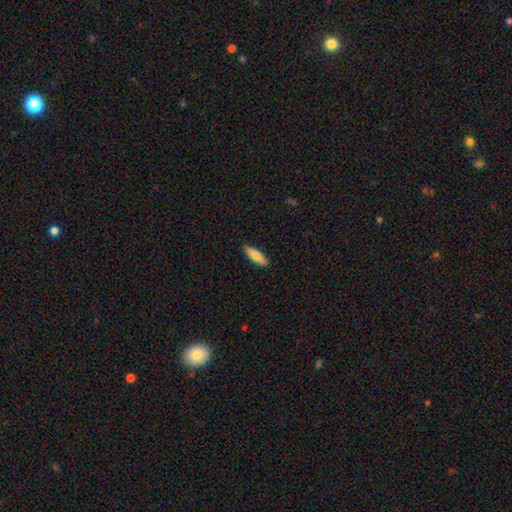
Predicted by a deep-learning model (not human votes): smooth 83%, featured or disk 11%, star or artifact 6%. Down the decision tree: how rounded — cigar-shaped (50%); merging — none (89%).